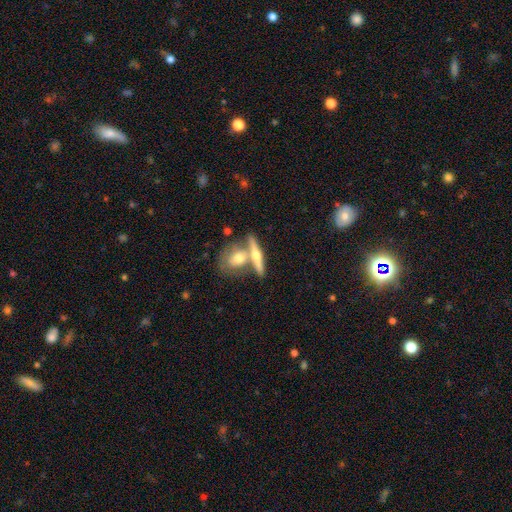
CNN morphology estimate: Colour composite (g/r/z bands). It shows a featured or disk galaxy (58%) viewed edge-on (88%) with a rounded central bulge (92%). Merging: none (51%).